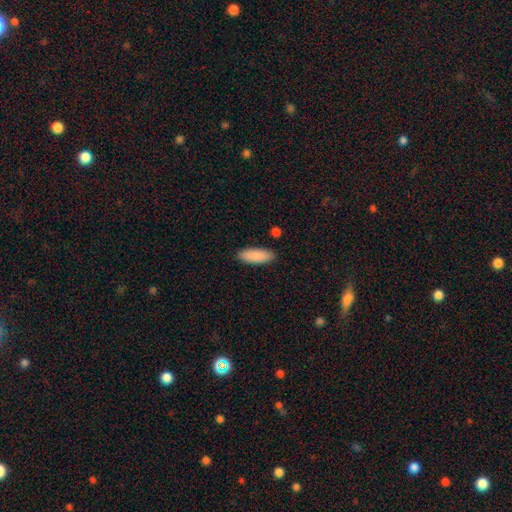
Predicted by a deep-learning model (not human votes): smooth-or-featured: smooth: 89% | star or artifact: 6% | featured or disk: 5%
  how-rounded: in between: 68% | cigar-shaped: 30% | round: 2%
  merging: none: 88% | minor disturbance: 9% | major disturbance: 2% | merger: 2%